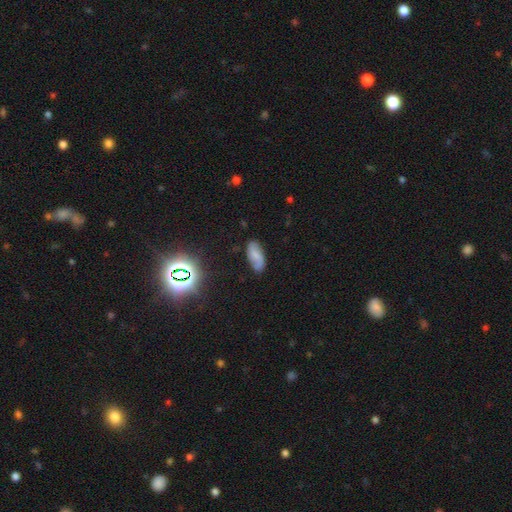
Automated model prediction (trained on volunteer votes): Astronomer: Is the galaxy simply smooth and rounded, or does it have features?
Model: smooth — 50% (runner-up: featured or disk, 38%).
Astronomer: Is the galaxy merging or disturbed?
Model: none — 78%.